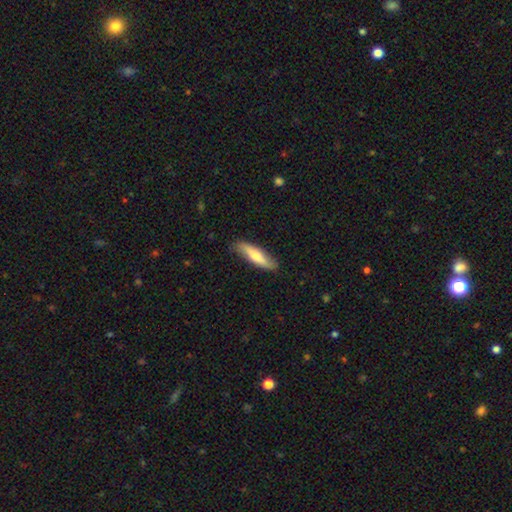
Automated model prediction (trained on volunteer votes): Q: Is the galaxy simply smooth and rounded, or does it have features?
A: smooth — 59%.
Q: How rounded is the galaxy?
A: cigar-shaped — 73%.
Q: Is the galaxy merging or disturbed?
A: none — 81%.